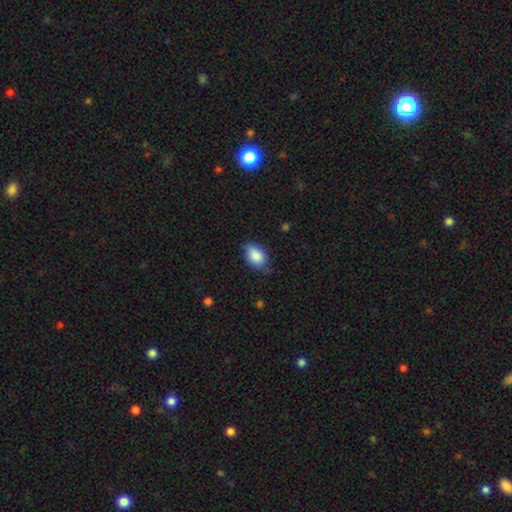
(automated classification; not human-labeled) Morphology: type=smooth (86%); roundness=in between (87%); merging=none (65%).